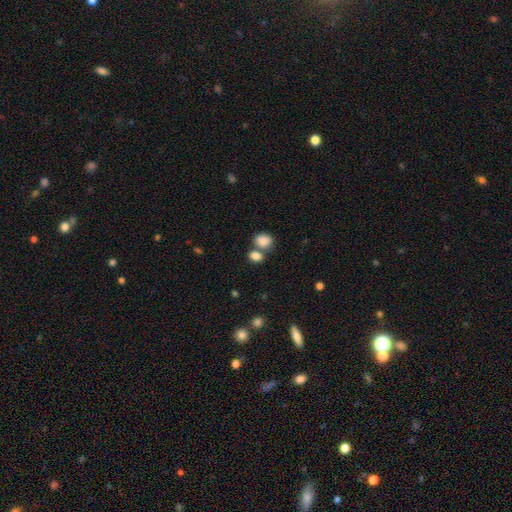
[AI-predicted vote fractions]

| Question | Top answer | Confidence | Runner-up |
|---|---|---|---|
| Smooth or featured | smooth | 84% | star or artifact (10%) |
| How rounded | in between | 54% | round (45%) |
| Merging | none | 46% | merger (41%) |